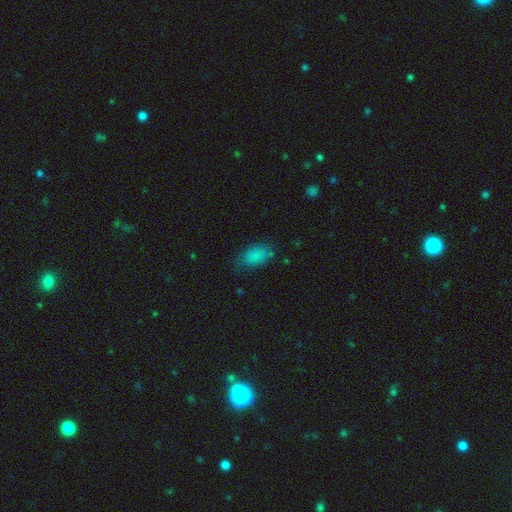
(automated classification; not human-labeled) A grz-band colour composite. It shows a smooth galaxy with no disk features (84%) that is in between round and cigar-shaped (90%). Merging: none (69%).